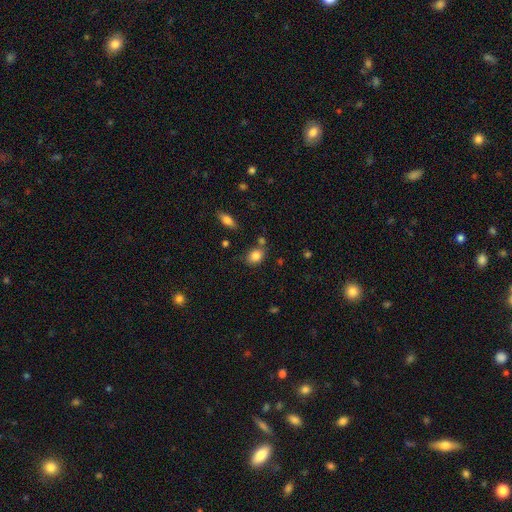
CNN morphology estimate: A smooth galaxy with no disk features (83%) that is in between round and cigar-shaped (56%). Merging: none (68%).